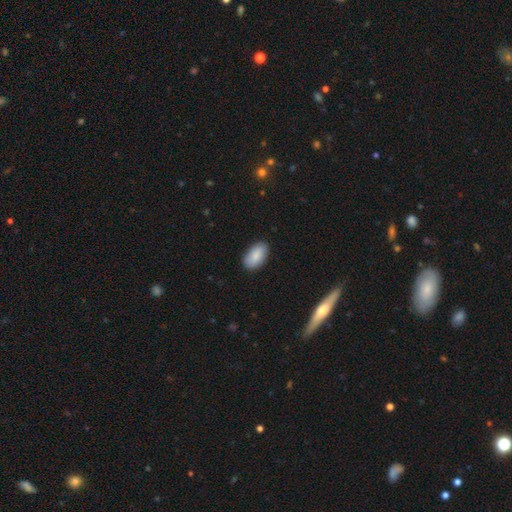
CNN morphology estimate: Overall: smooth (87%). How rounded: in between (94%). Merging: none (86%).